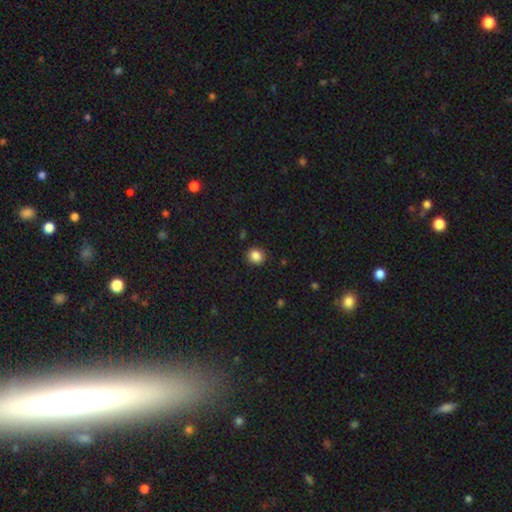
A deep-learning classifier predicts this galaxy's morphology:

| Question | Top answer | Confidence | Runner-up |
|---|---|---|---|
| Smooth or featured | smooth | 86% | star or artifact (10%) |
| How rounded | round | 78% | in between (21%) |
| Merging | none | 90% | minor disturbance (7%) |